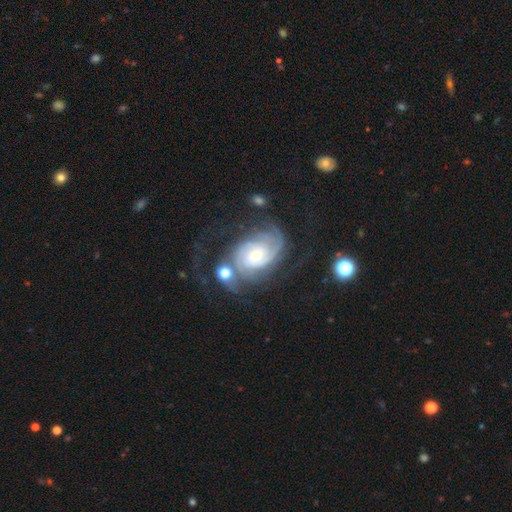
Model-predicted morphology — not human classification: smooth_or_featured: featured or disk (p=0.85) [alt: smooth p=0.08]
disk_edge_on: no (p=0.97) [alt: yes p=0.03]
bar: no (p=0.69) [alt: weak p=0.26]
has_spiral_arms: yes (p=0.97) [alt: no p=0.03]
spiral_winding: tight (p=0.64) [alt: medium p=0.28]
spiral_arm_count: 2 (p=0.33) [alt: can't tell p=0.26]
bulge_size: small (p=0.55) [alt: moderate p=0.31]
merging: none (p=0.53) [alt: major disturbance p=0.19]